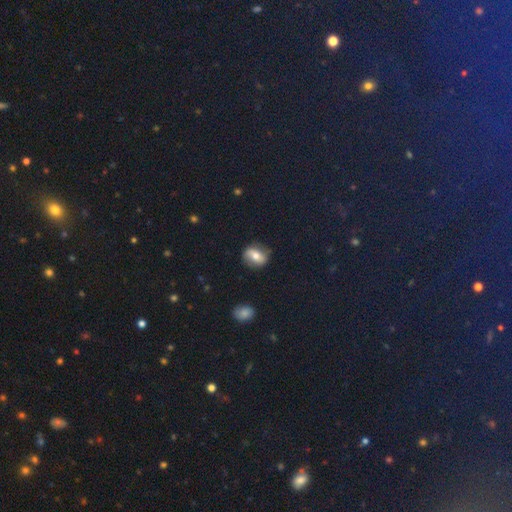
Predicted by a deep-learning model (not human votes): Smooth or featured? smooth (54%)
How rounded? in between (54%)
Merging? none (80%)